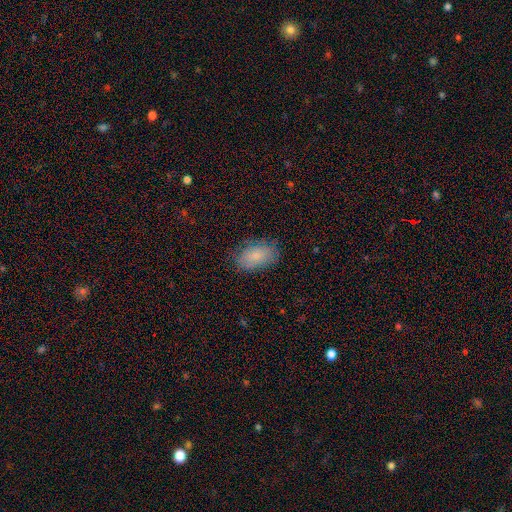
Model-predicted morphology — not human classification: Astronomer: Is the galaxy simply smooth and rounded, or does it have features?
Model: smooth — 83%.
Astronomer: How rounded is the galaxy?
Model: in between — 92%.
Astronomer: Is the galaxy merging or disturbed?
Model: none — 79%.